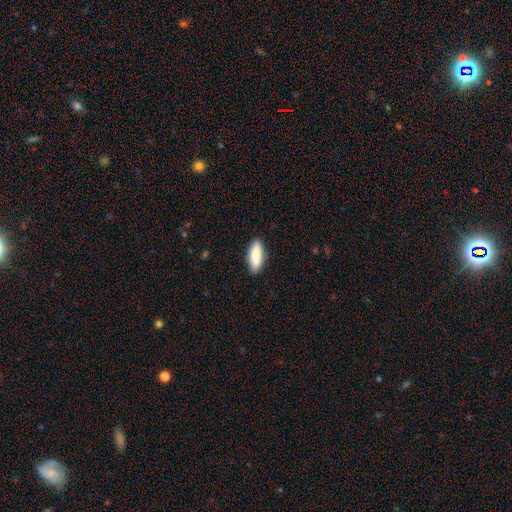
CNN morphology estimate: smooth 86%, featured or disk 8%, star or artifact 6%. Down the decision tree: how rounded — in between (68%); merging — none (87%).